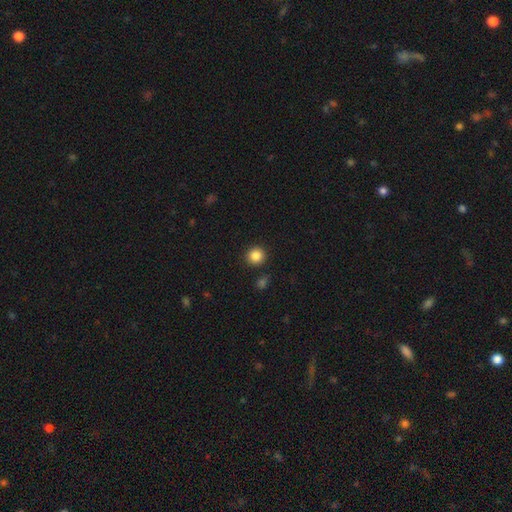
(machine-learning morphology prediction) Q: Smooth or featured?
A: smooth (86%); runner-up: star or artifact (10%)
Q: How rounded?
A: round (92%); runner-up: in between (7%)
Q: Merging?
A: none (89%); runner-up: minor disturbance (6%)